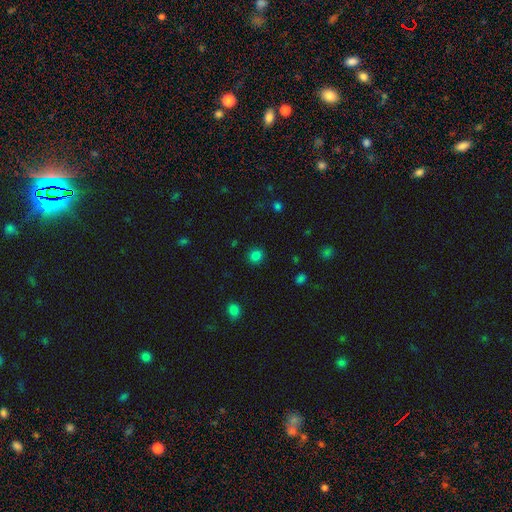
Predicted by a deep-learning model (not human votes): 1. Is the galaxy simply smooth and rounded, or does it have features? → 82% smooth, 14% star or artifact, 4% featured or disk.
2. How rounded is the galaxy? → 88% round, 11% in between, 1% cigar-shaped.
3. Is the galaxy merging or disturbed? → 91% none, 6% minor disturbance, 2% major disturbance, 1% merger.